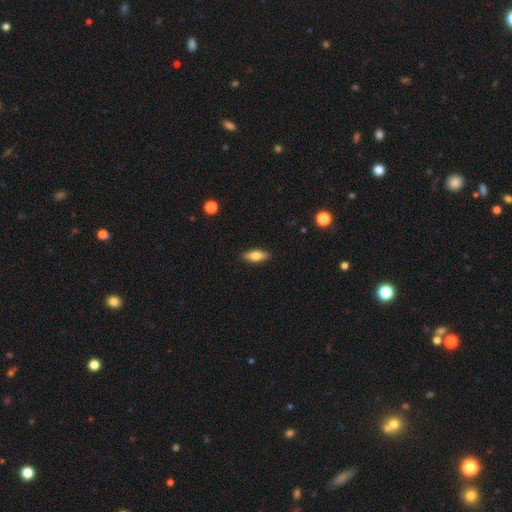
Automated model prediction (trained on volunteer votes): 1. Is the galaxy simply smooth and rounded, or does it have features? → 76% smooth, 17% featured or disk, 7% star or artifact.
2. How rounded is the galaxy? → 74% in between, 23% cigar-shaped, 3% round.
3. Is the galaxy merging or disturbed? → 89% none, 8% minor disturbance, 2% major disturbance, 1% merger.